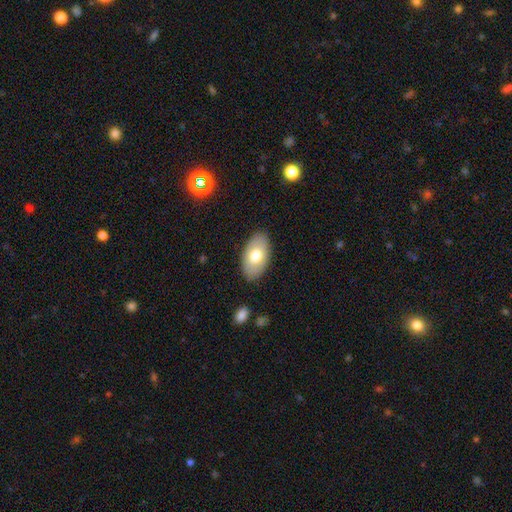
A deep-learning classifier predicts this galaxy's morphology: smooth_or_featured: smooth (p=0.72) [alt: featured or disk p=0.22]
how_rounded: in between (p=0.95) [alt: round p=0.04]
merging: none (p=0.85) [alt: minor disturbance p=0.11]